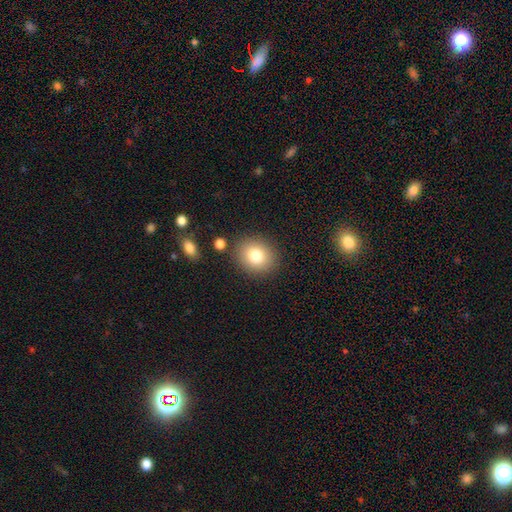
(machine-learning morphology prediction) Q: Smooth or featured?
A: smooth (80%); runner-up: star or artifact (10%)
Q: How rounded?
A: round (68%); runner-up: in between (31%)
Q: Merging?
A: none (85%); runner-up: minor disturbance (8%)